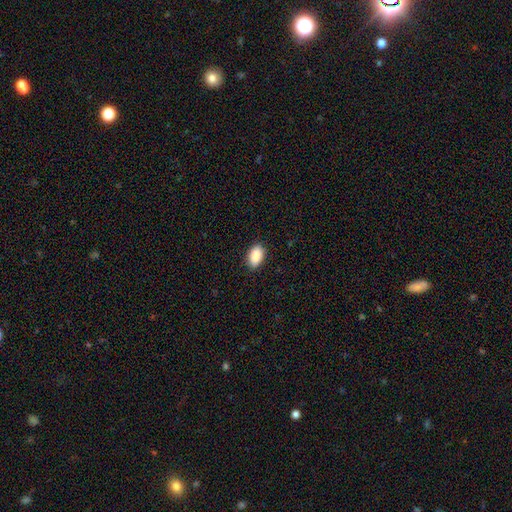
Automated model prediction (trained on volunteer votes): Smooth or featured? Predicted: smooth (p=0.89). How rounded? Predicted: in between (p=0.92). Merging? Predicted: none (p=0.89).